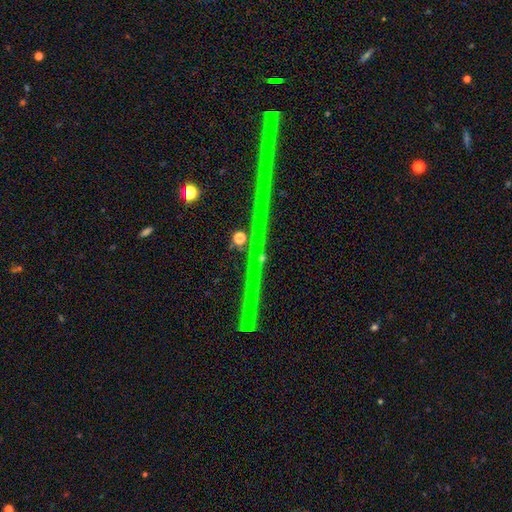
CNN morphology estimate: A star or artifact, not a galaxy (78%).